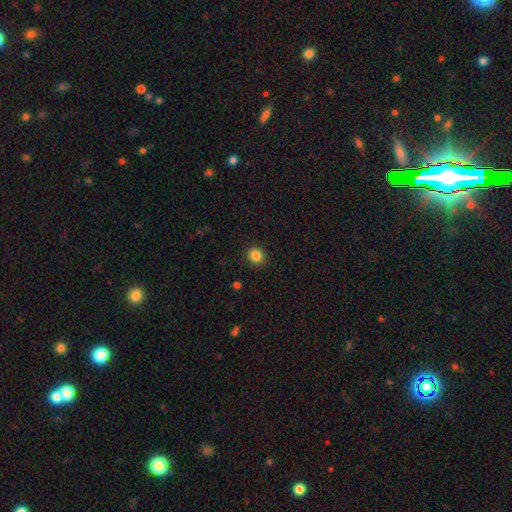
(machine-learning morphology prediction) smooth-or-featured: smooth: 85% | star or artifact: 11% | featured or disk: 4%
  how-rounded: round: 90% | in between: 9% | cigar-shaped: 1%
  merging: none: 91% | minor disturbance: 6% | major disturbance: 2% | merger: 1%